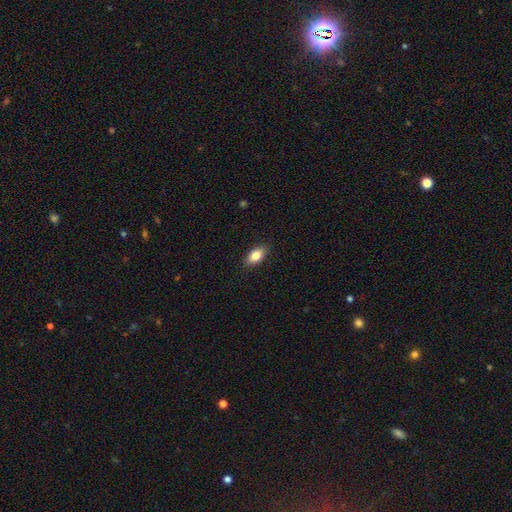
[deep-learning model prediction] Q: Smooth or featured?
A: smooth (83%); runner-up: featured or disk (9%)
Q: How rounded?
A: in between (89%); runner-up: cigar-shaped (5%)
Q: Merging?
A: none (88%); runner-up: minor disturbance (9%)